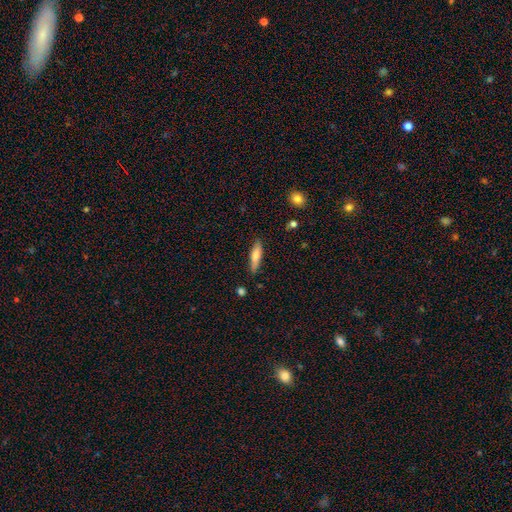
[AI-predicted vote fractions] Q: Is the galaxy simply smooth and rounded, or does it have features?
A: smooth — 75%.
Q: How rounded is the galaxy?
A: cigar-shaped — 73%.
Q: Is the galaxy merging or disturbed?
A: none — 81%.